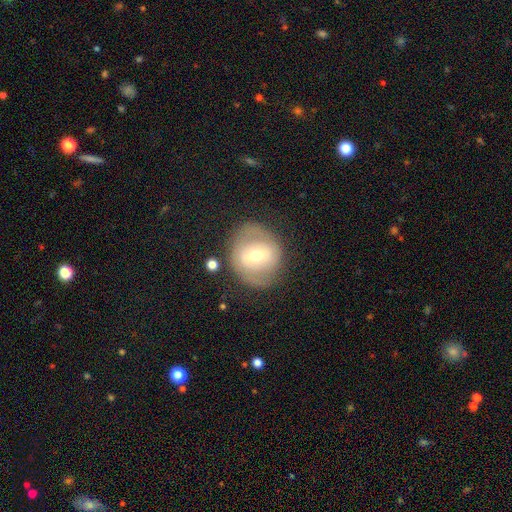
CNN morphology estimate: featured or disk 56%, smooth 37%, star or artifact 7%. Down the decision tree: edge-on disk — no (95%); bar — weak (43%); spiral arms — no (53%); bulge size — moderate (64%); merging — none (73%).